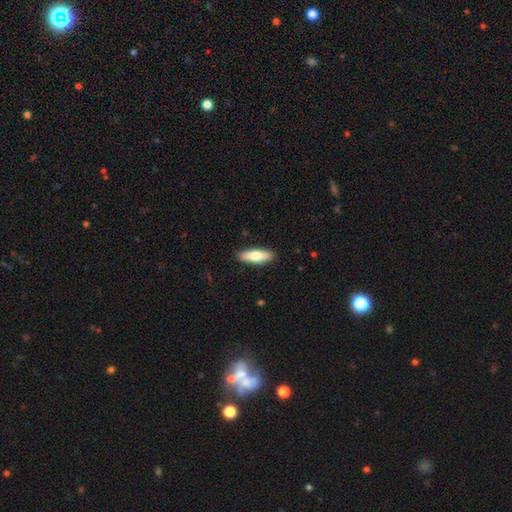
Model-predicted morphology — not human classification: This is likely a smooth galaxy (67%). How rounded: possibly cigar-shaped (51%). Merging: clearly none (90%).